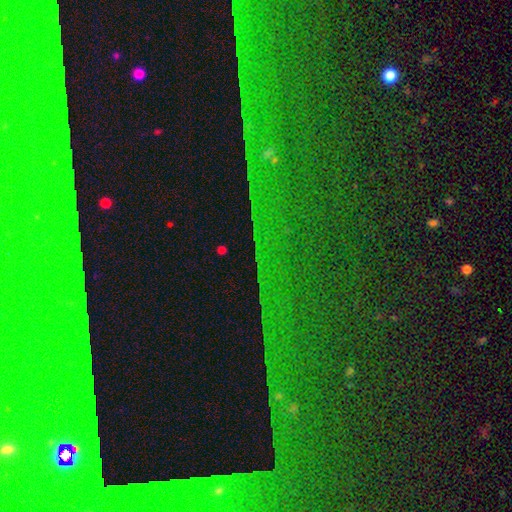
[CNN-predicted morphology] Smooth or featured? Predicted: star or artifact (p=0.82).